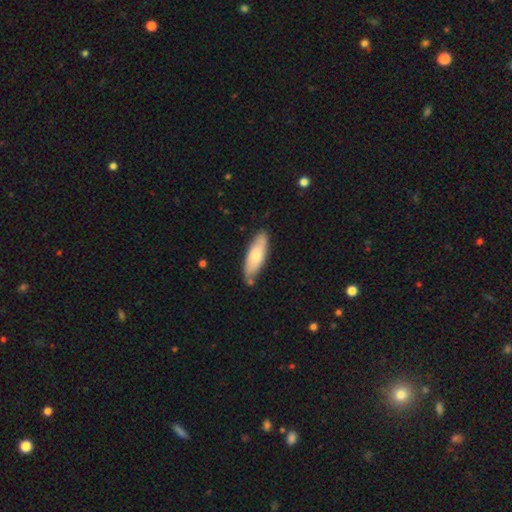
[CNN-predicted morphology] Smooth or featured? Predicted: smooth (p=0.70). How rounded? Predicted: in between (p=0.53). Merging? Predicted: none (p=0.77).